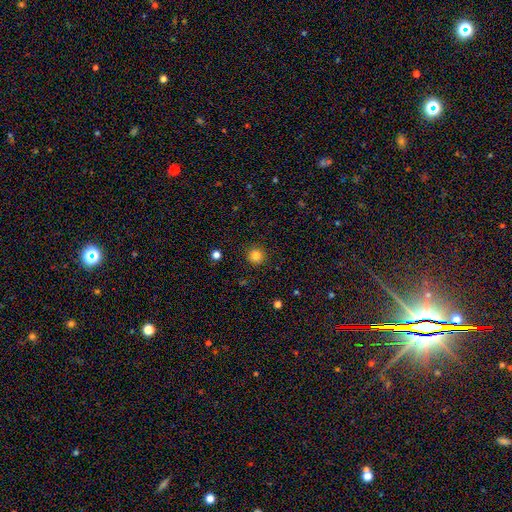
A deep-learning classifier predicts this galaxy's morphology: Smooth or featured? Predicted: smooth (p=0.84). How rounded? Predicted: round (p=0.94). Merging? Predicted: none (p=0.92).